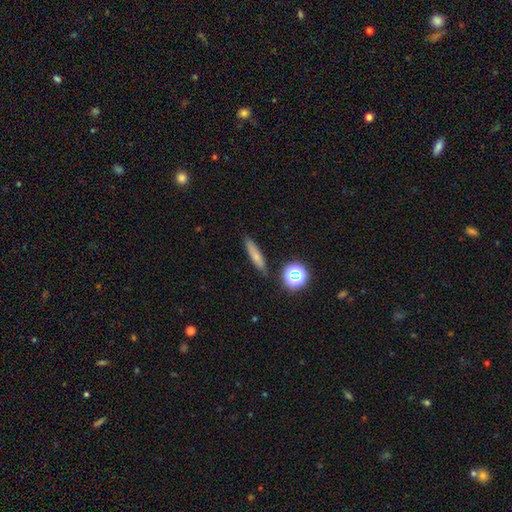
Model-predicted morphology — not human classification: Smooth or featured? smooth (70%)
How rounded? cigar-shaped (81%)
Merging? none (86%)